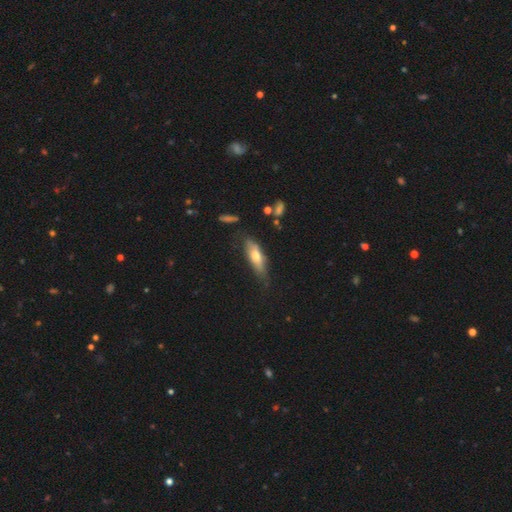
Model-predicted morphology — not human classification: Smooth or featured: smooth — 55% (featured or disk — 38%)
How rounded: cigar-shaped — 52% (in between — 46%)
Merging: none — 62% (minor disturbance — 26%)